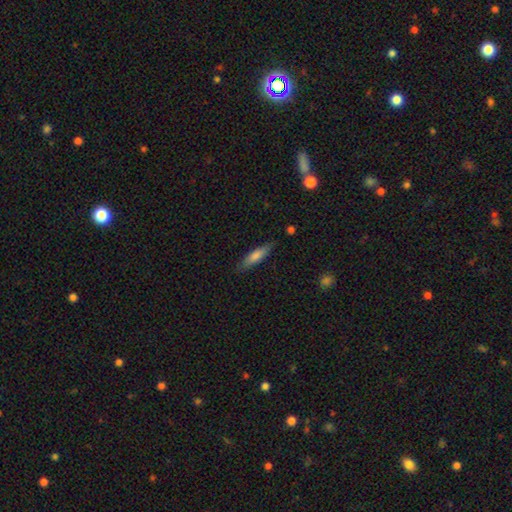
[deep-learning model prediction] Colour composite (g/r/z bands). It shows a smooth galaxy with no disk features (69%) that is cigar-shaped (75%). Merging: none (84%).